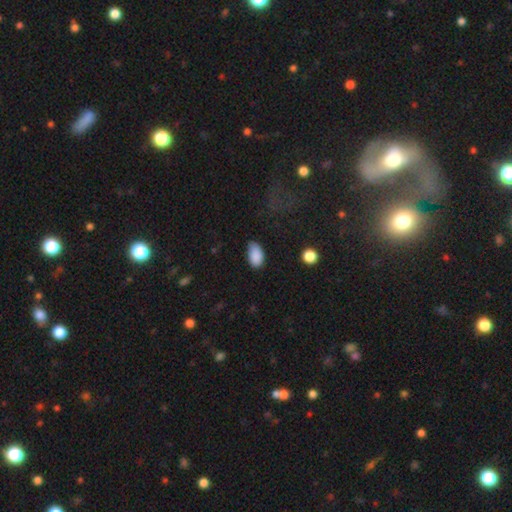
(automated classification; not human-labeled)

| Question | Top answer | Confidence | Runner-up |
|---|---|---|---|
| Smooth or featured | smooth | 88% | star or artifact (8%) |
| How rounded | in between | 94% | round (4%) |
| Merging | none | 65% | minor disturbance (28%) |